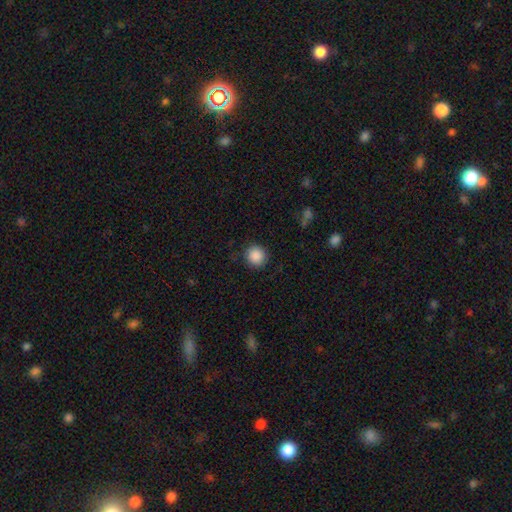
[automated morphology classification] Smooth or featured: smooth — 88% (star or artifact — 9%)
How rounded: round — 94% (in between — 5%)
Merging: none — 88% (minor disturbance — 8%)